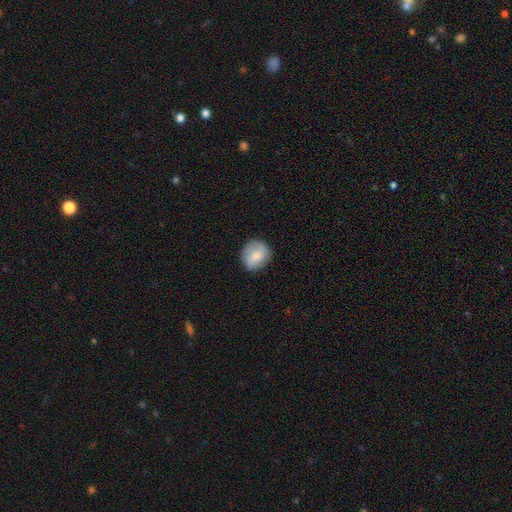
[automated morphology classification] This is likely a smooth galaxy (68%). How rounded: likely round (79%). Merging: clearly none (81%).